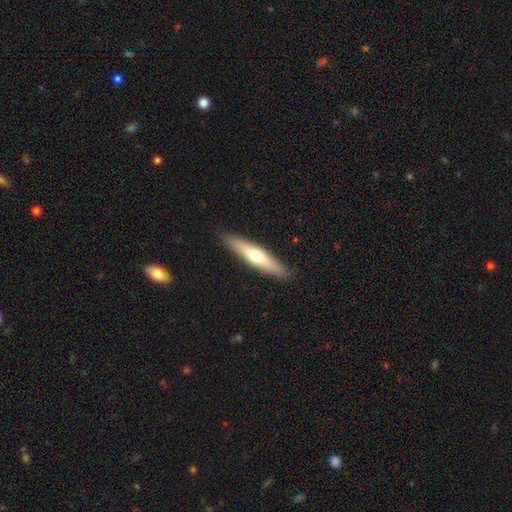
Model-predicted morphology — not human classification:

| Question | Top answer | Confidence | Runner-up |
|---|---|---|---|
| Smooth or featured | smooth | 51% | featured or disk (43%) |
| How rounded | cigar-shaped | 85% | in between (13%) |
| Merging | none | 90% | minor disturbance (8%) |